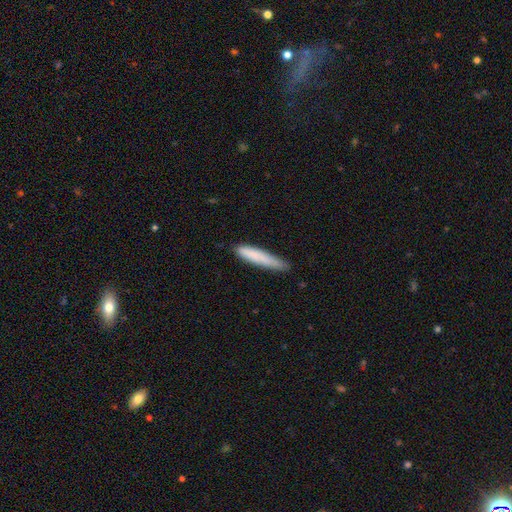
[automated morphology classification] Smooth or featured?
  - smooth: 81% *
  - featured or disk: 13%
  - star or artifact: 6%
How rounded?
  - cigar-shaped: 91% *
  - in between: 8%
  - round: 1%
Merging?
  - none: 74% *
  - minor disturbance: 21%
  - major disturbance: 3%
  - merger: 2%